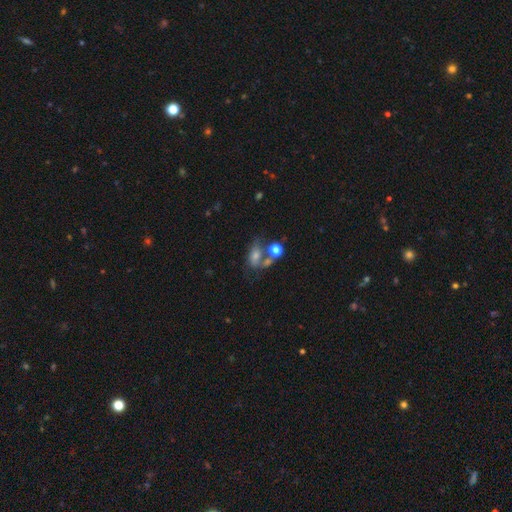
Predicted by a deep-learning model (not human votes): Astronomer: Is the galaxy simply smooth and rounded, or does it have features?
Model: smooth — 49% (runner-up: featured or disk, 29%).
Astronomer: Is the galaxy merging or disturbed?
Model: none — 37% (runner-up: merger, 29%).